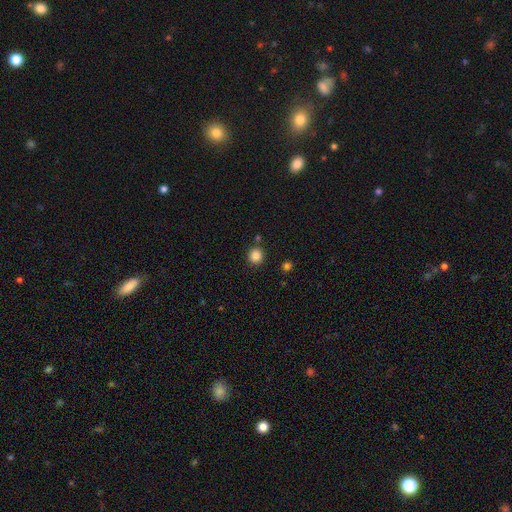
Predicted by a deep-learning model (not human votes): This appears to be a smooth galaxy with no disk features (85%) that is round (89%). Merging: none (85%).